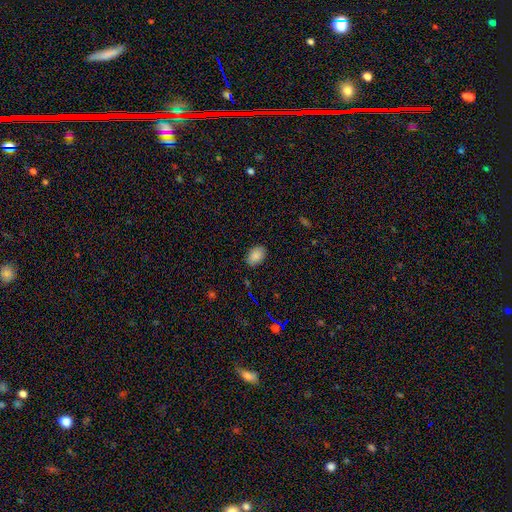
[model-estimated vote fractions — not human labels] Q: Smooth or featured?
A: smooth (86%); runner-up: star or artifact (9%)
Q: How rounded?
A: in between (87%); runner-up: round (12%)
Q: Merging?
A: none (87%); runner-up: minor disturbance (10%)